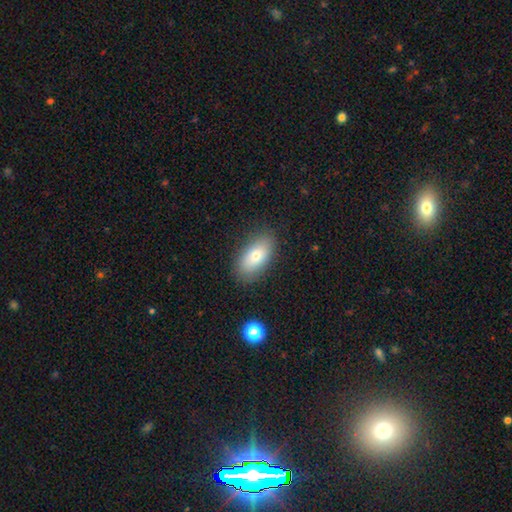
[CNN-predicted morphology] A smooth galaxy with no disk features (75%) that is in between round and cigar-shaped (89%). Merging: none (85%).